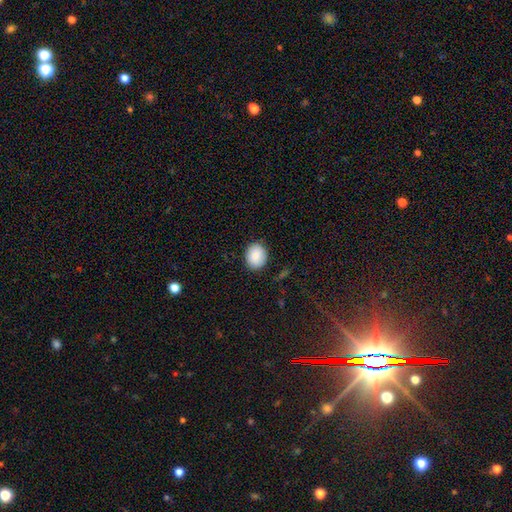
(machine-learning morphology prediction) Overall: smooth (87%). How rounded: round (55%; in between 44%). Merging: none (87%).